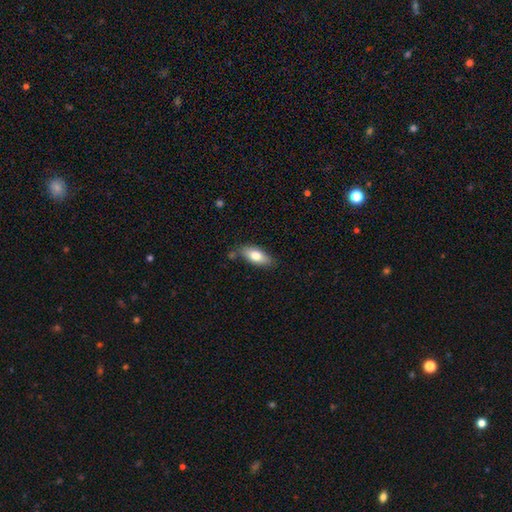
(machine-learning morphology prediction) smooth 75%, featured or disk 18%, star or artifact 7%. Down the decision tree: how rounded — in between (83%); merging — none (73%).